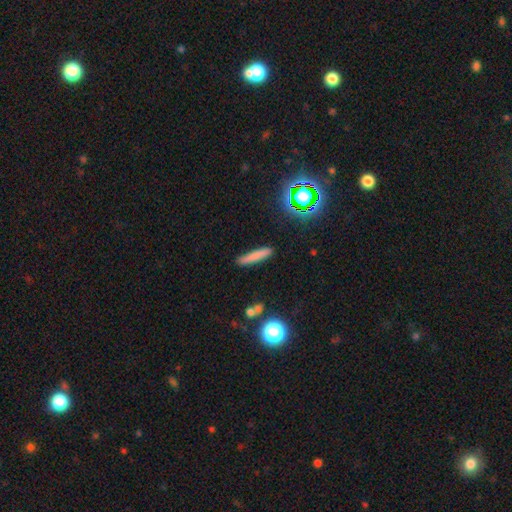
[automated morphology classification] smooth_or_featured: smooth (p=0.74) [alt: featured or disk p=0.15]
how_rounded: cigar-shaped (p=0.91) [alt: in between p=0.08]
merging: none (p=0.88) [alt: minor disturbance p=0.08]